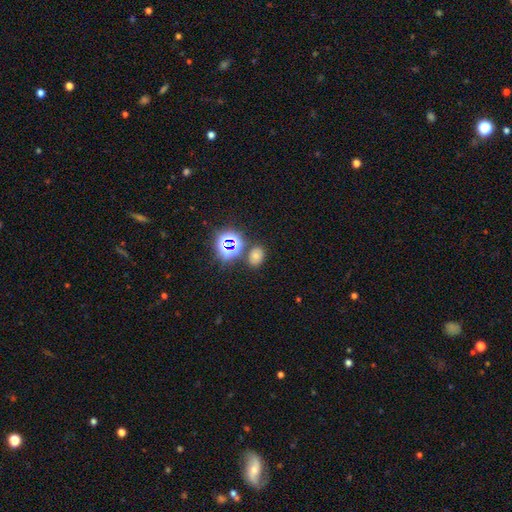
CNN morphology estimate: smooth_or_featured: smooth (p=0.57) [alt: star or artifact p=0.32]
how_rounded: in between (p=0.61) [alt: round p=0.38]
merging: none (p=0.79) [alt: minor disturbance p=0.11]